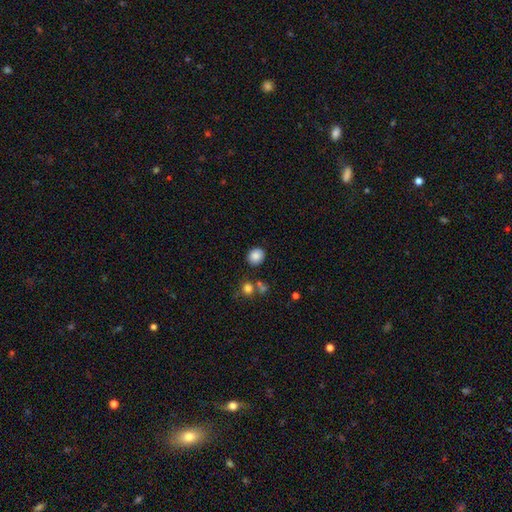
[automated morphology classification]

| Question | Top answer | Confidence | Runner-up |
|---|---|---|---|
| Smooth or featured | smooth | 85% | star or artifact (9%) |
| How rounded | round | 75% | in between (24%) |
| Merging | none | 84% | minor disturbance (9%) |